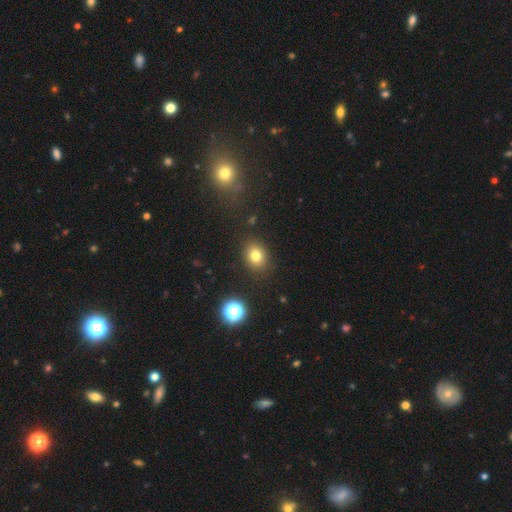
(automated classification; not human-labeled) This appears to be a smooth galaxy with no disk features (78%) that is round (55%). Merging: none (87%).